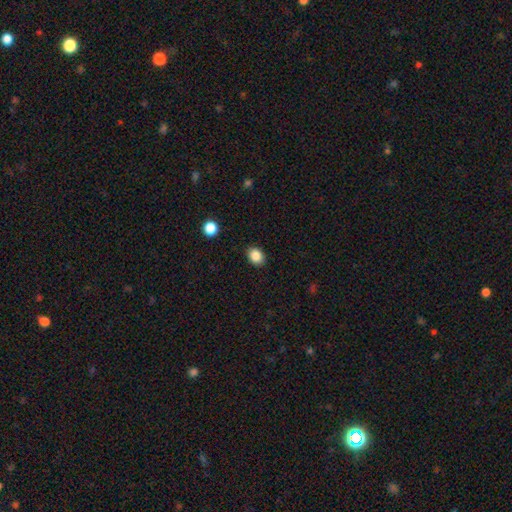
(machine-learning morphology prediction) smooth 87%, star or artifact 10%, featured or disk 4%. Down the decision tree: how rounded — in between (55%); merging — none (89%).